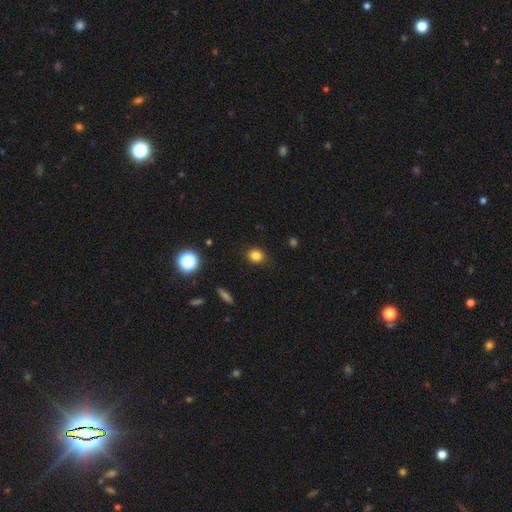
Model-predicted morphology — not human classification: This is clearly a smooth galaxy (82%). How rounded: likely round (71%). Merging: clearly none (83%).